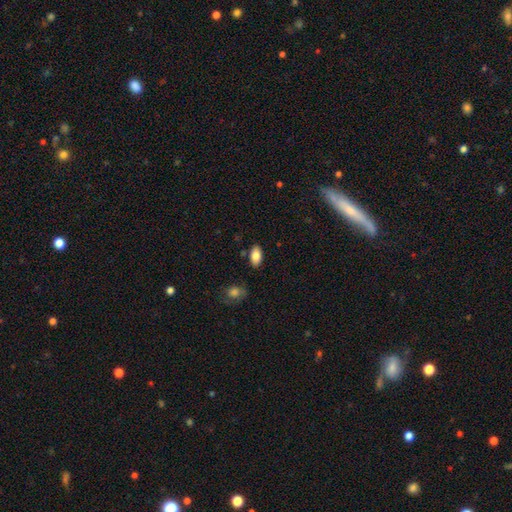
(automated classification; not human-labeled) Morphology: type=smooth (83%); roundness=in between (93%); merging=none (85%).